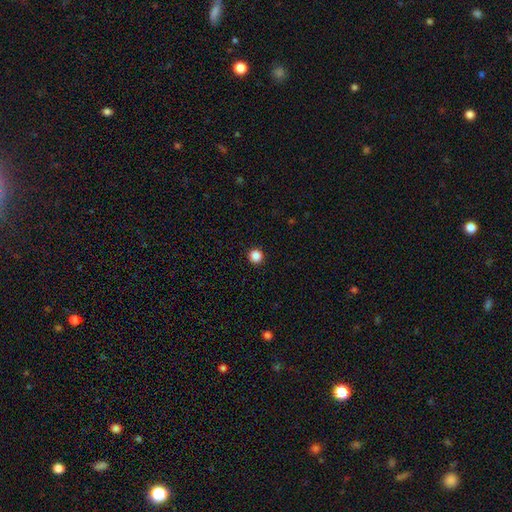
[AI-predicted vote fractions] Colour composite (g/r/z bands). It shows a smooth galaxy with no disk features (87%) that is round (97%). Merging: none (94%).